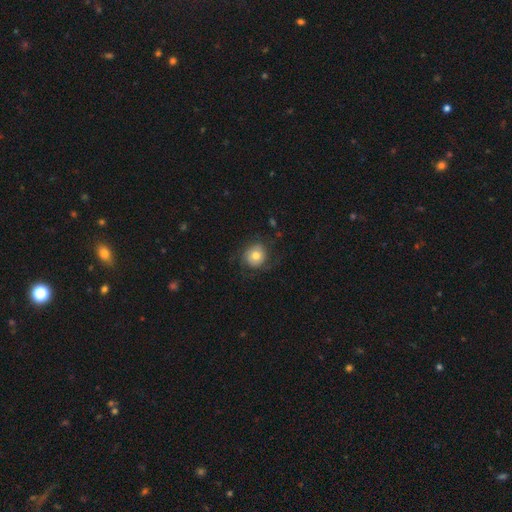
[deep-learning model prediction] Smooth or featured? smooth (66%)
How rounded? round (87%)
Merging? none (69%)